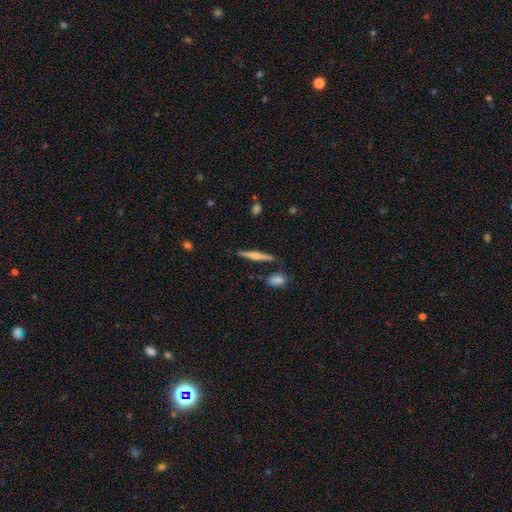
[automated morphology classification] A featured or disk galaxy (50%).

Vote fractions:
- Smooth or featured? featured or disk: 50% / smooth: 43% / star or artifact: 7%
- Merging? none: 84% / minor disturbance: 9% / merger: 5% / major disturbance: 2%